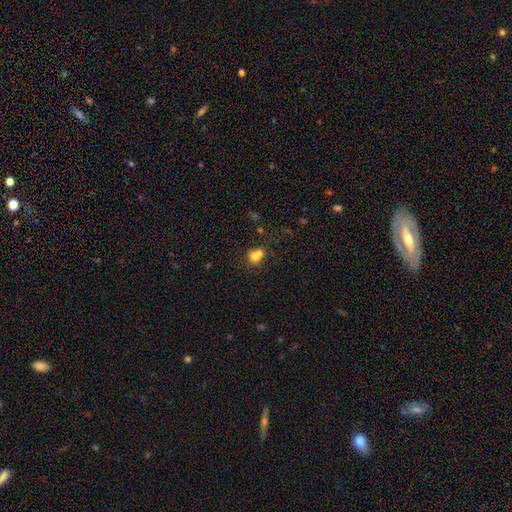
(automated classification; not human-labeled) smooth-or-featured: smooth: 71% | featured or disk: 15% | star or artifact: 13%
  how-rounded: round: 77% | in between: 22% | cigar-shaped: 1%
  merging: merger: 55% | none: 34% | minor disturbance: 7% | major disturbance: 4%